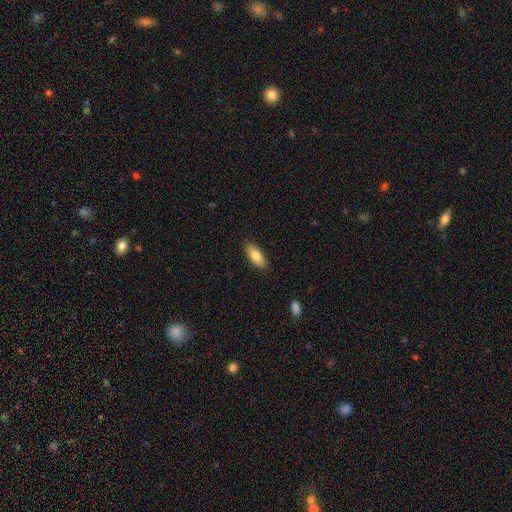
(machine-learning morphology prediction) Smooth or featured: smooth — 81% (featured or disk — 13%)
How rounded: in between — 76% (cigar-shaped — 22%)
Merging: none — 88% (minor disturbance — 9%)